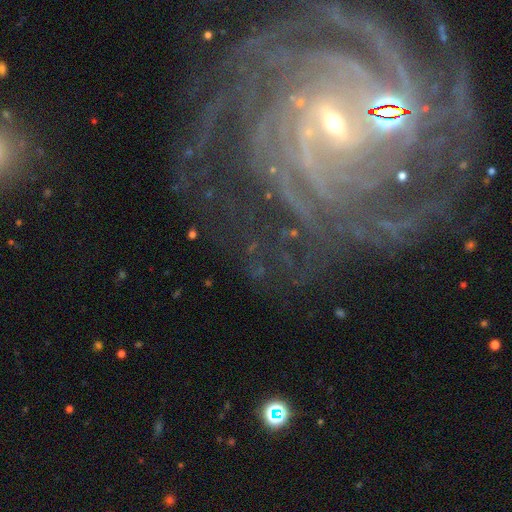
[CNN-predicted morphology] Q: Smooth or featured?
A: featured or disk (87%); runner-up: star or artifact (9%)
Q: Edge-on disk?
A: no (97%); runner-up: yes (3%)
Q: Bar?
A: weak (40%); runner-up: strong (35%)
Q: Spiral arms?
A: yes (97%); runner-up: no (3%)
Q: Spiral winding?
A: tight (70%); runner-up: medium (24%)
Q: Spiral arm count?
A: more than 4 (23%); runner-up: can't tell (22%)
Q: Bulge size?
A: small (77%); runner-up: moderate (18%)
Q: Merging?
A: none (68%); runner-up: minor disturbance (15%)